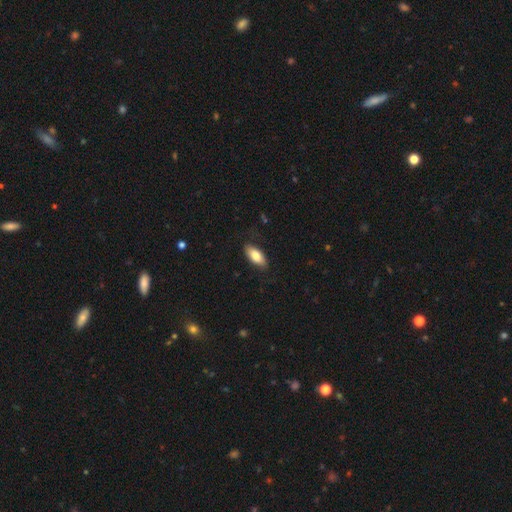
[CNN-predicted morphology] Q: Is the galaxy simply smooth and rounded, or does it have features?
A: smooth — 81%.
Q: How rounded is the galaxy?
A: in between — 87%.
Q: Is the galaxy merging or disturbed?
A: none — 83%.